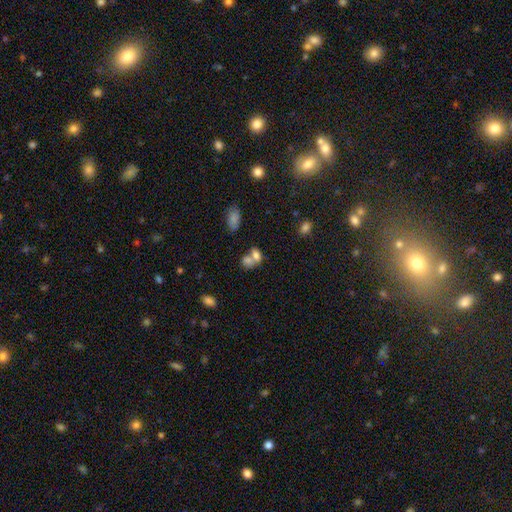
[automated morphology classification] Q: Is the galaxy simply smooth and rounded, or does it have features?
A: smooth — 44%.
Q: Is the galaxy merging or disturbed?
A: none — 60%.